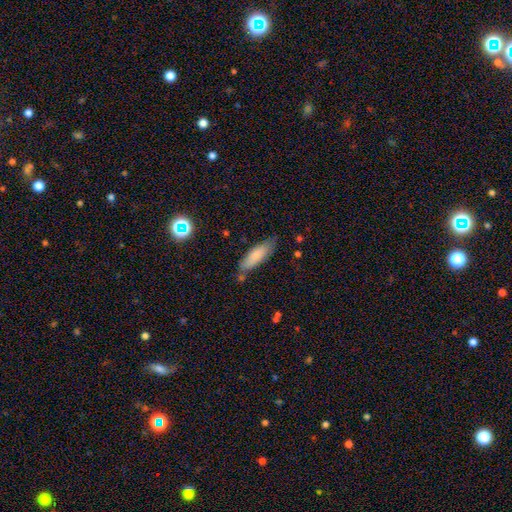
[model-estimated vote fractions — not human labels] The model was most divided on "how rounded": cigar-shaped: 53%, in between: 45%, round: 2%. More confident: smooth or featured — smooth (79%); merging — none (70%).